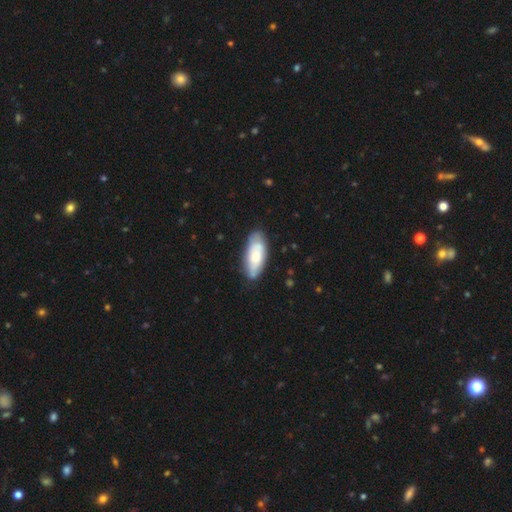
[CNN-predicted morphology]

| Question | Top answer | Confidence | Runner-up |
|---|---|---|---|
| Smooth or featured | smooth | 59% | featured or disk (35%) |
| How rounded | in between | 82% | cigar-shaped (16%) |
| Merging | none | 71% | minor disturbance (22%) |